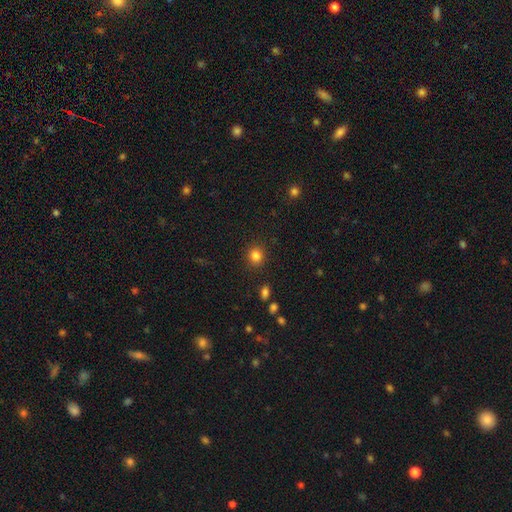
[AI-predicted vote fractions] smooth-or-featured: smooth: 84% | star or artifact: 12% | featured or disk: 5%
  how-rounded: round: 84% | in between: 15% | cigar-shaped: 1%
  merging: none: 89% | minor disturbance: 7% | major disturbance: 2% | merger: 2%